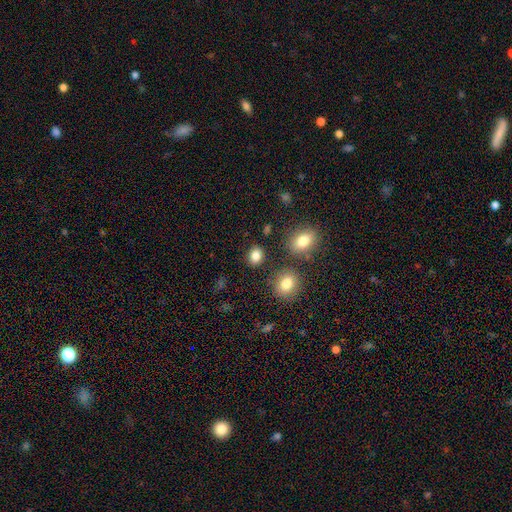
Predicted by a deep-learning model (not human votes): This is clearly a smooth galaxy (84%). How rounded: likely round (62%). Merging: clearly none (84%).